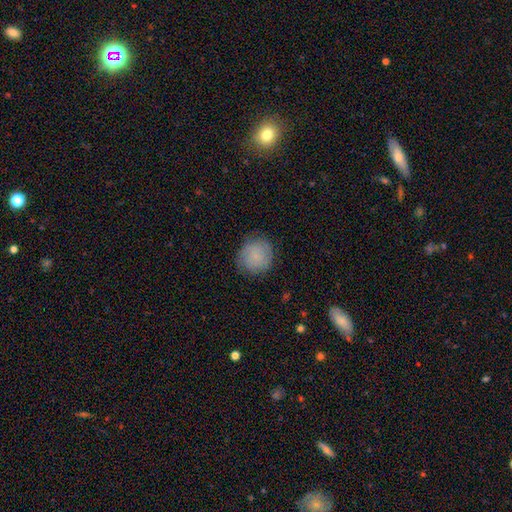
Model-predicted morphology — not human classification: smooth 69%, featured or disk 22%, star or artifact 8%. Down the decision tree: how rounded — round (87%); merging — none (82%).